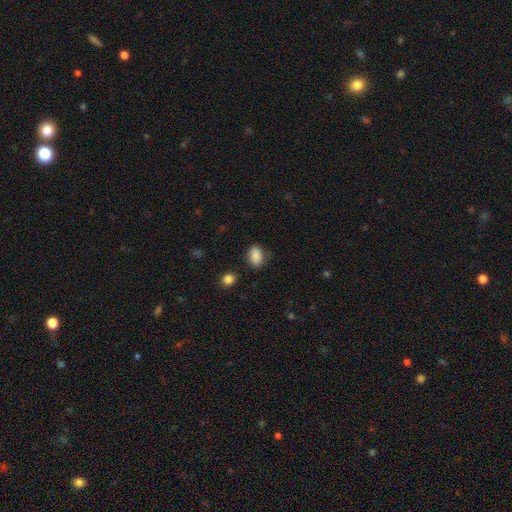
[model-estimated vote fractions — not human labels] smooth 88%, star or artifact 9%, featured or disk 4%. Down the decision tree: how rounded — in between (85%); merging — none (78%).